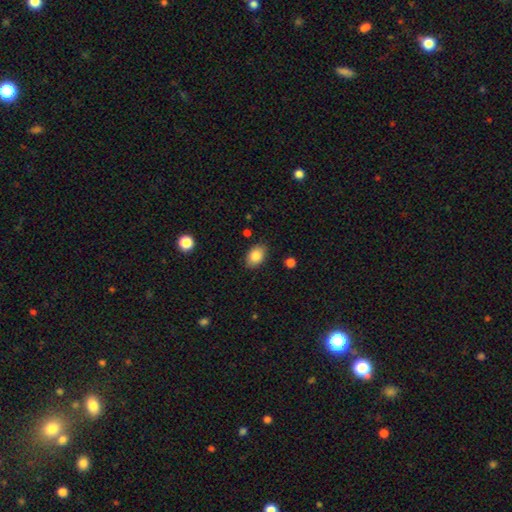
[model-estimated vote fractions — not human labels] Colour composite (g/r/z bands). It shows a smooth galaxy with no disk features (85%) that is in between round and cigar-shaped (81%). Merging: none (83%).